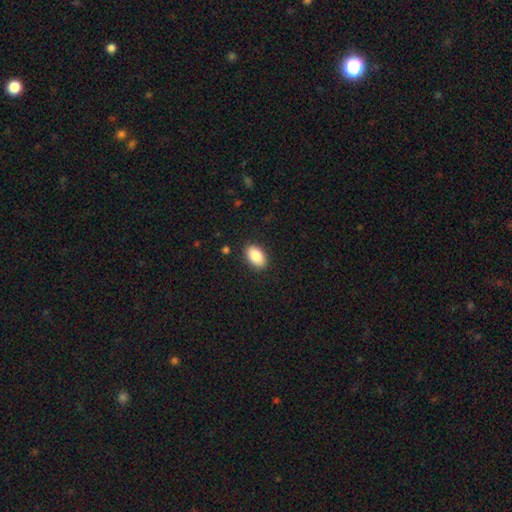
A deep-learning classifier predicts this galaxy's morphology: Q: Smooth or featured?
A: smooth (88%); runner-up: star or artifact (7%)
Q: How rounded?
A: in between (92%); runner-up: round (6%)
Q: Merging?
A: none (89%); runner-up: minor disturbance (8%)